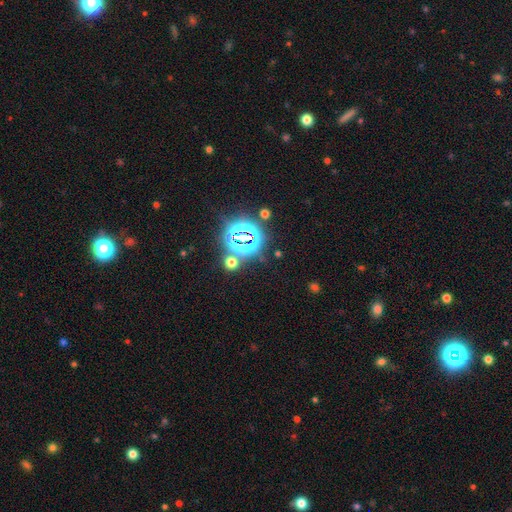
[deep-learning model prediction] Smooth or featured? star or artifact (81%)